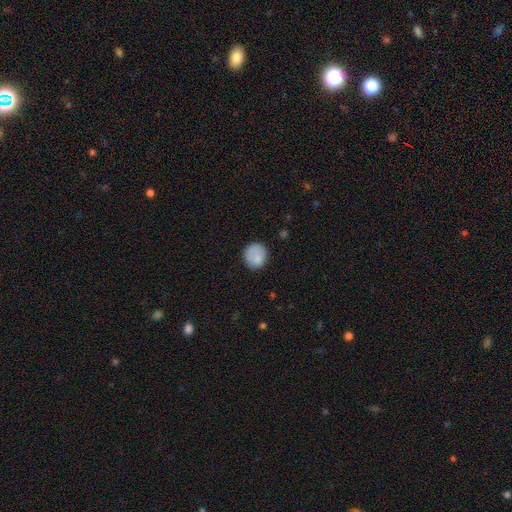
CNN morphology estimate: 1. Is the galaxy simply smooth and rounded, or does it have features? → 82% smooth, 10% featured or disk, 8% star or artifact.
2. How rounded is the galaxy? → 83% round, 16% in between, 1% cigar-shaped.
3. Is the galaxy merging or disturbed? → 75% none, 17% minor disturbance, 6% major disturbance, 2% merger.